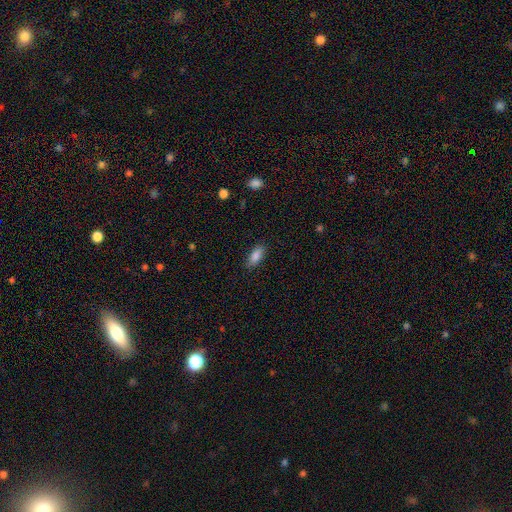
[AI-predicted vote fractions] smooth 87%, star or artifact 7%, featured or disk 6%. Down the decision tree: how rounded — in between (82%); merging — none (86%).